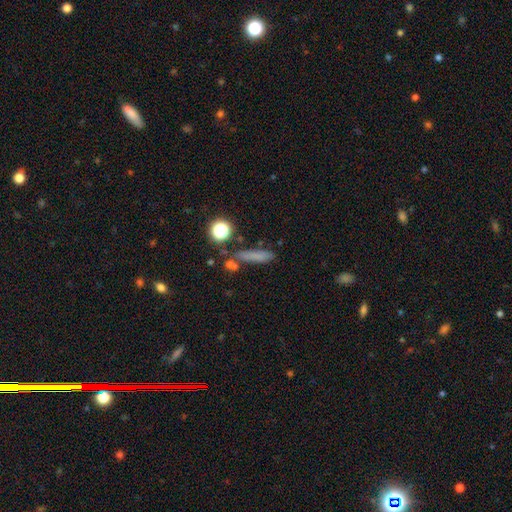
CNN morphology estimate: The model was most divided on "smooth or featured": smooth: 69%, star or artifact: 17%, featured or disk: 15%. More confident: how rounded — cigar-shaped (75%); merging — none (68%).